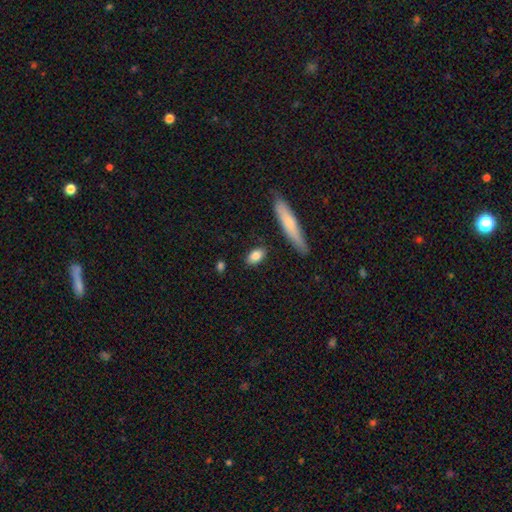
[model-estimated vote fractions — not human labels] Smooth or featured? smooth (82%)
How rounded? in between (83%)
Merging? none (84%)